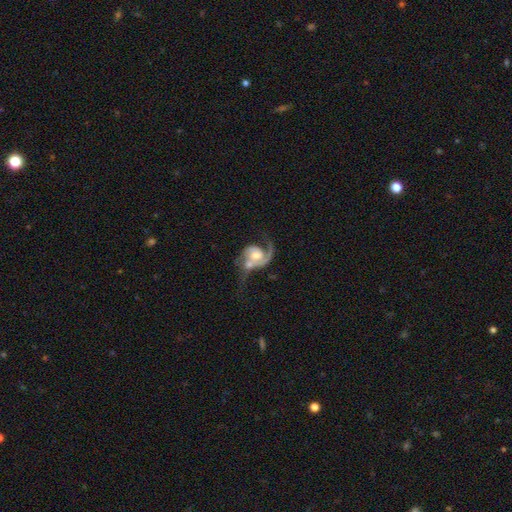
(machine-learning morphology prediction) Smooth or featured? Predicted: featured or disk (p=0.85). Edge-on disk? Predicted: no (p=0.98). Bar? Predicted: no (p=0.63). Spiral arms? Predicted: yes (p=0.95). Spiral winding? Predicted: medium (p=0.43). Spiral arm count? Predicted: 2 (p=0.64). Bulge size? Predicted: moderate (p=0.57). Merging? Predicted: merger (p=0.39).